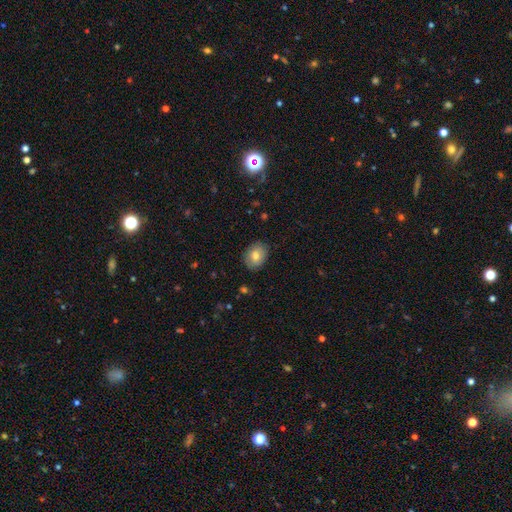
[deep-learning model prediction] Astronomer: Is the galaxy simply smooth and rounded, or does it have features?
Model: smooth — 76%.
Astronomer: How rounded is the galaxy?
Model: in between — 59% (runner-up: round, 40%).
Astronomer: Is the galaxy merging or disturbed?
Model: none — 84%.